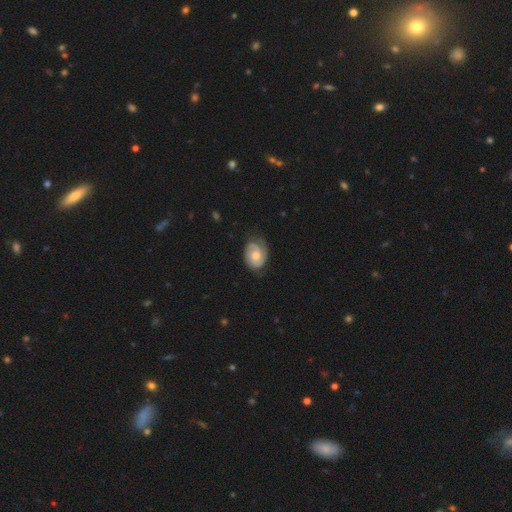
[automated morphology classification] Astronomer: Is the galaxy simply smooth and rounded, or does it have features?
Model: featured or disk — 73%.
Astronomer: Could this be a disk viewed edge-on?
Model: no — 97%.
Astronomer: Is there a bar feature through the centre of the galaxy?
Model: no — 68%.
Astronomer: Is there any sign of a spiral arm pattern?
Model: yes — 95%.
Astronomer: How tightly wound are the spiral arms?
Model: tight — 57% (runner-up: medium, 33%).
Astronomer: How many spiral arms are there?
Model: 2 — 73%.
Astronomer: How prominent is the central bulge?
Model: moderate — 57%.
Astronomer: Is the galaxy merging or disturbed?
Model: none — 72%.